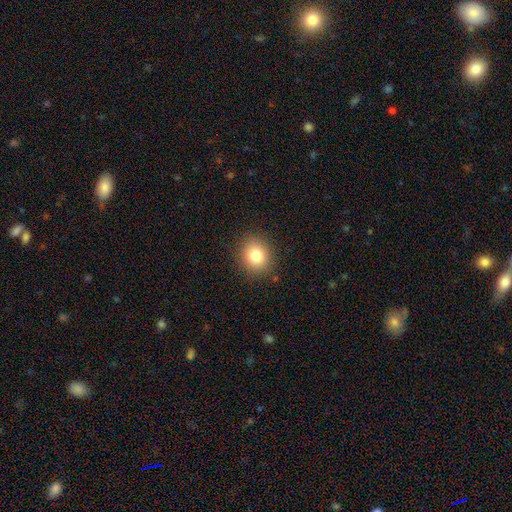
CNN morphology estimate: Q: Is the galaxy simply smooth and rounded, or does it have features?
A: smooth — 82%.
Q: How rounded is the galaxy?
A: round — 71%.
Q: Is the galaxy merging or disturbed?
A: none — 88%.